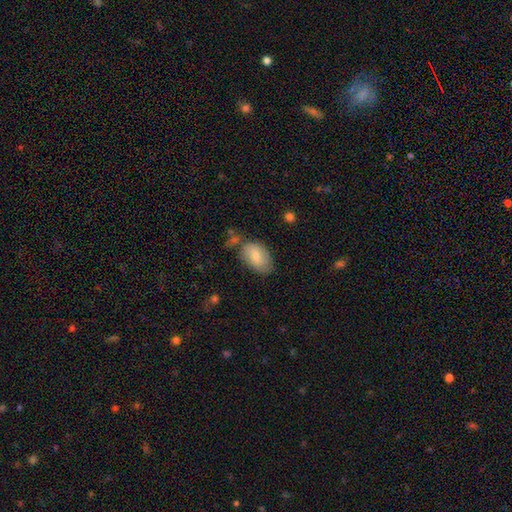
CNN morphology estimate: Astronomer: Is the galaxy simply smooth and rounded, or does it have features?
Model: smooth — 76%.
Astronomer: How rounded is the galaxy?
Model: in between — 92%.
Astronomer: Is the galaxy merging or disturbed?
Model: none — 64%.